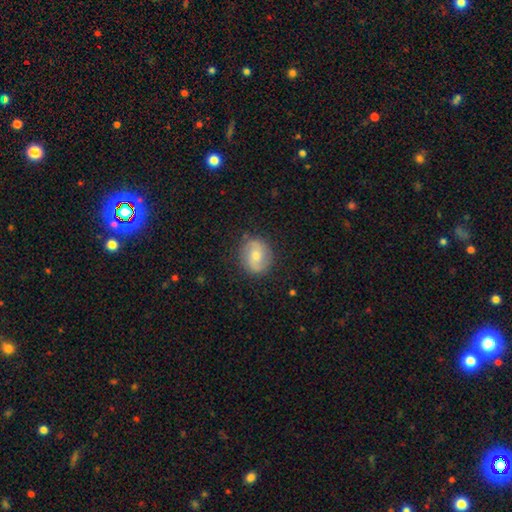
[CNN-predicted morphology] Q: Smooth or featured?
A: featured or disk (56%); runner-up: smooth (37%)
Q: Edge-on disk?
A: no (97%); runner-up: yes (3%)
Q: Bar?
A: weak (46%); runner-up: no (42%)
Q: Spiral arms?
A: yes (88%); runner-up: no (12%)
Q: Bulge size?
A: moderate (58%); runner-up: small (32%)
Q: Merging?
A: none (82%); runner-up: minor disturbance (13%)